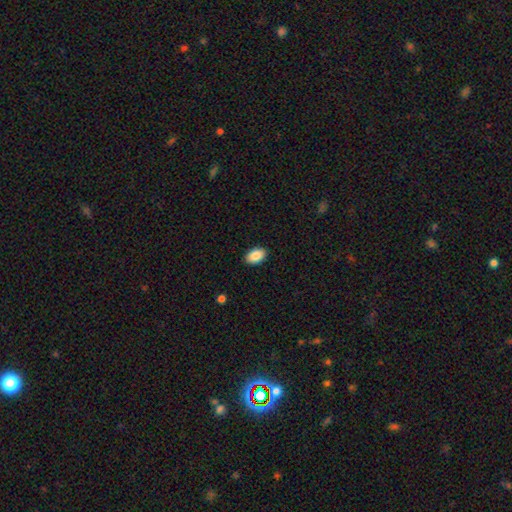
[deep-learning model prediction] The model was most divided on "smooth or featured": smooth: 88%, star or artifact: 7%, featured or disk: 5%. More confident: how rounded — in between (90%); merging — none (90%).